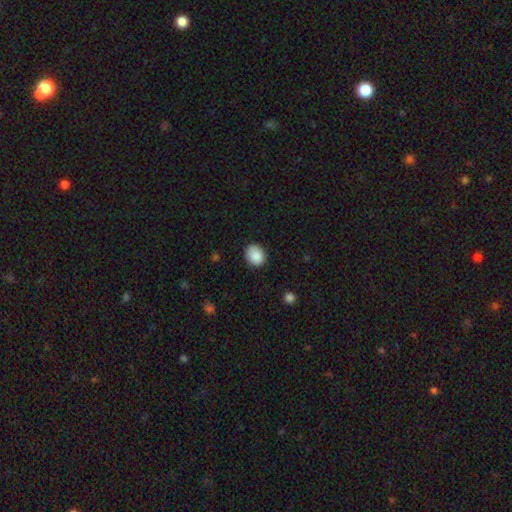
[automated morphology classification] The model was most divided on "how rounded": round: 58%, in between: 41%, cigar-shaped: 1%. More confident: smooth or featured — smooth (88%); merging — none (84%).